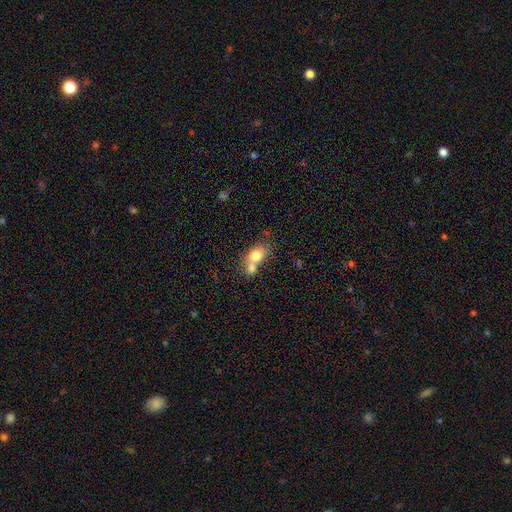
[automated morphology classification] smooth_or_featured: smooth (p=0.75) [alt: featured or disk p=0.17]
how_rounded: in between (p=0.64) [alt: round p=0.34]
merging: merger (p=0.61) [alt: none p=0.26]